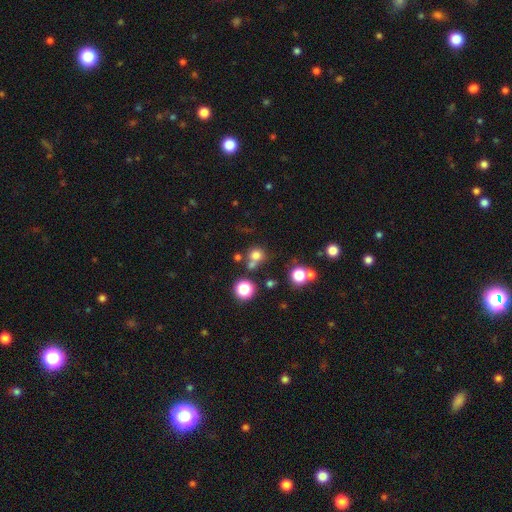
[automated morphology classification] Smooth or featured?
  - smooth: 73% *
  - star or artifact: 19%
  - featured or disk: 8%
How rounded?
  - round: 88% *
  - in between: 11%
  - cigar-shaped: 1%
Merging?
  - none: 60% *
  - merger: 25%
  - minor disturbance: 10%
  - major disturbance: 5%